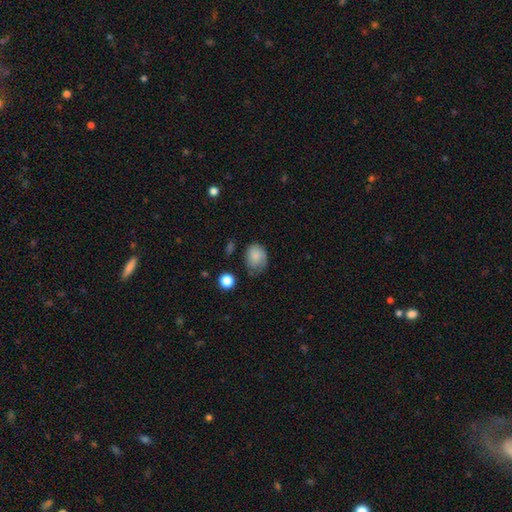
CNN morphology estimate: Smooth or featured?
  - smooth: 78% *
  - featured or disk: 13%
  - star or artifact: 9%
How rounded?
  - in between: 59% *
  - round: 40%
  - cigar-shaped: 1%
Merging?
  - none: 50% *
  - minor disturbance: 35%
  - major disturbance: 12%
  - merger: 3%